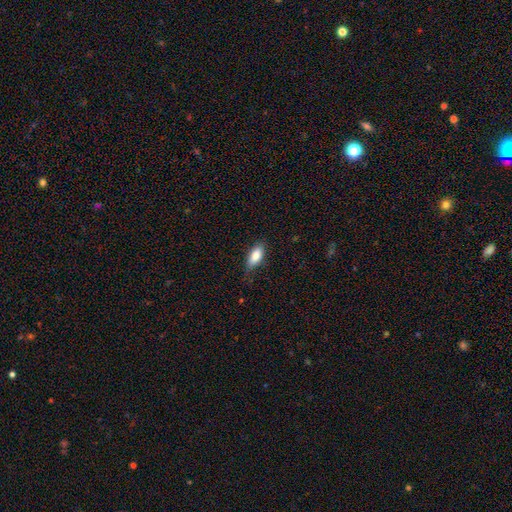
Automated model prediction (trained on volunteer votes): Smooth or featured? Predicted: smooth (p=0.83). How rounded? Predicted: in between (p=0.85). Merging? Predicted: none (p=0.78).